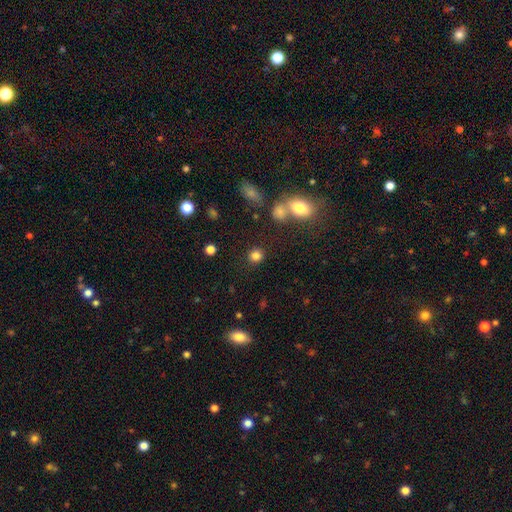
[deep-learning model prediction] This is clearly a smooth galaxy (83%). How rounded: clearly round (85%). Merging: clearly none (83%).